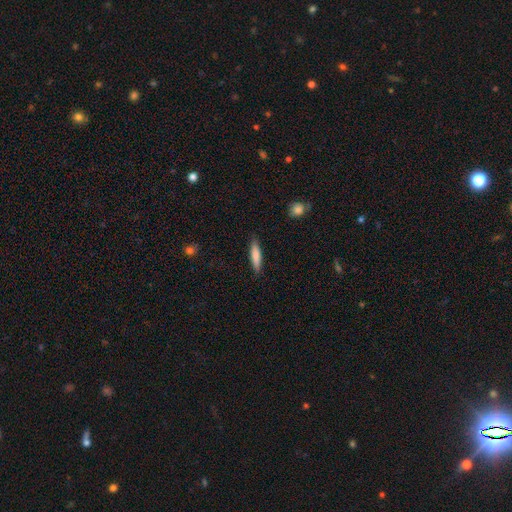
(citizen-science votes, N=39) Smooth or featured? 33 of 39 (85%) said smooth. How rounded? 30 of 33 (91%) said cigar-shaped. Merging? 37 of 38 (97%) said none.